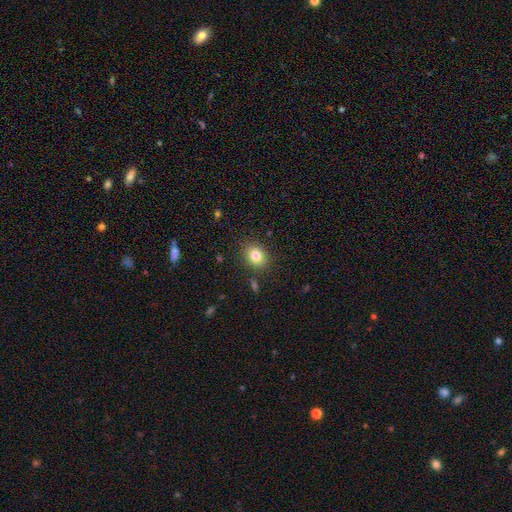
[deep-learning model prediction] Smooth or featured? smooth (82%)
How rounded? round (57%)
Merging? none (87%)